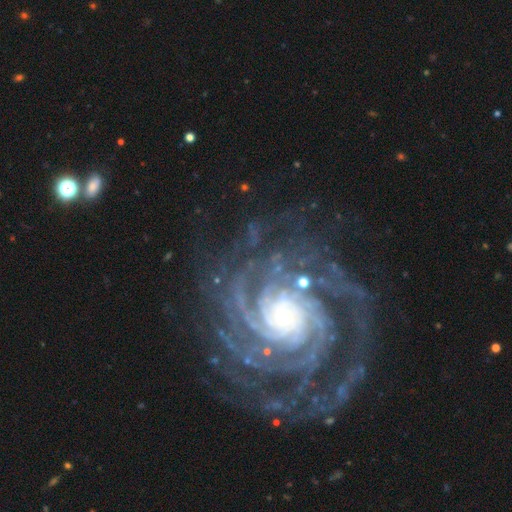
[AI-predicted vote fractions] Morphology: type=featured or disk (91%); edge-on=no (97%); bar=no (72%); spiral arms=yes (98%); winding=tight (78%); arm count=more than 4 (21%); bulge=small (52%); merging=none (77%).